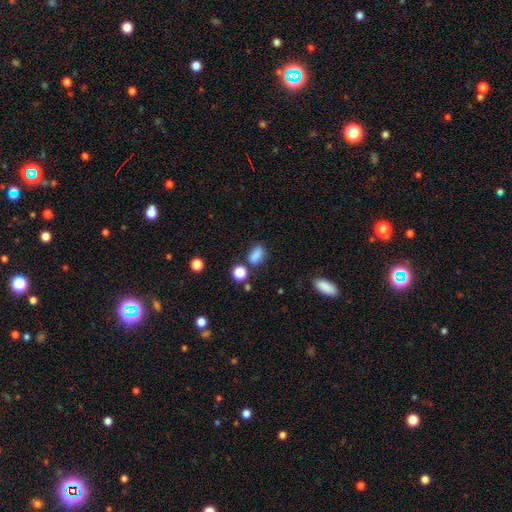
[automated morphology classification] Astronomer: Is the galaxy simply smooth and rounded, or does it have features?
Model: smooth — 81%.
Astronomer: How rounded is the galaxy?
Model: in between — 78%.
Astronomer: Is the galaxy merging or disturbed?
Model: none — 63%.